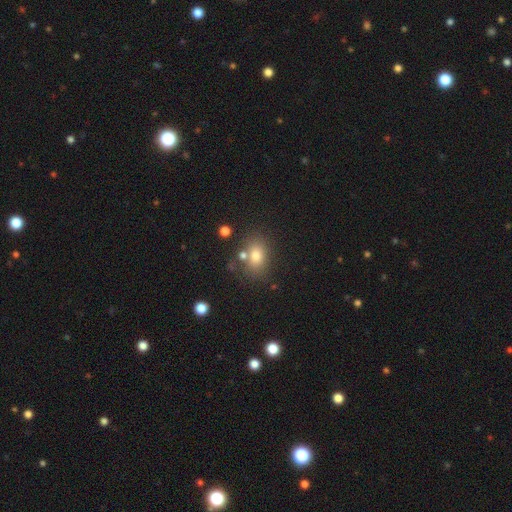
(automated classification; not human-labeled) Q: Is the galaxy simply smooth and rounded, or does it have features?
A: smooth — 74%.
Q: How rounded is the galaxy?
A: in between — 68%.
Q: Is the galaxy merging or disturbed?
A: none — 67%.